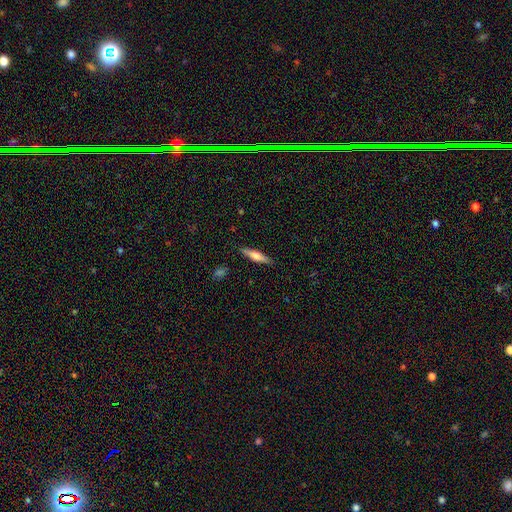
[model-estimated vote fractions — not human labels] Overall: smooth (49%; featured or disk 45%). Merging: none (89%).